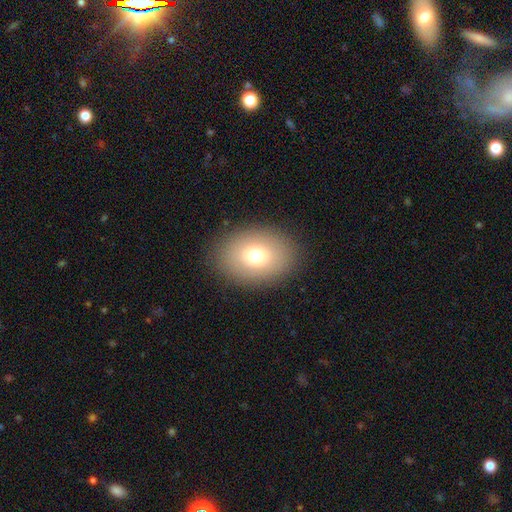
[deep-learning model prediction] The model was most divided on "how rounded": in between: 71%, round: 28%, cigar-shaped: 1%. More confident: merging — none (87%); smooth or featured — smooth (72%).